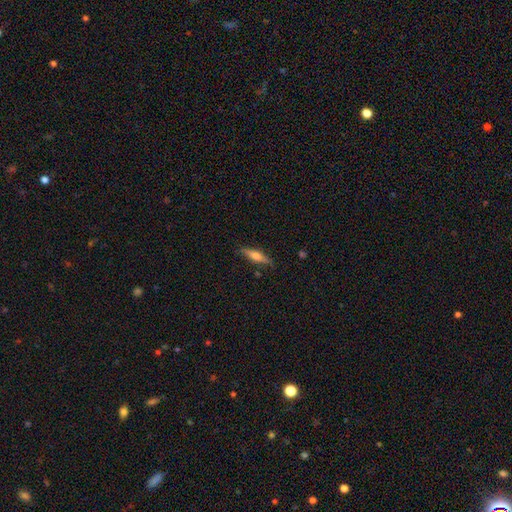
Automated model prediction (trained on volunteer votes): This is possibly a featured or disk galaxy (50%). Merging: clearly none (84%).